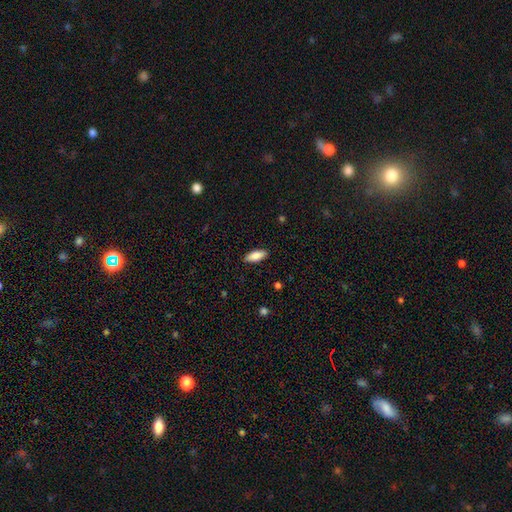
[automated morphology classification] type=smooth (87%); roundness=in between (78%); merging=none (89%).